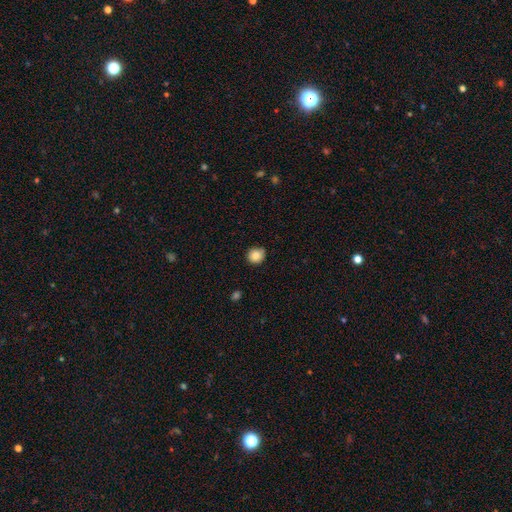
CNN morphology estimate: Smooth or featured: smooth — 86% (star or artifact — 9%)
How rounded: round — 84% (in between — 15%)
Merging: none — 85% (minor disturbance — 12%)